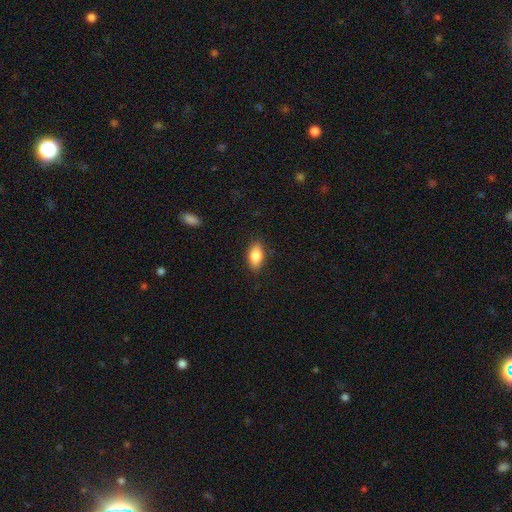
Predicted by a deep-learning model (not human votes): The model was most divided on "merging": none: 86%, minor disturbance: 10%, major disturbance: 3%, merger: 1%. More confident: how rounded — in between (90%); smooth or featured — smooth (85%).